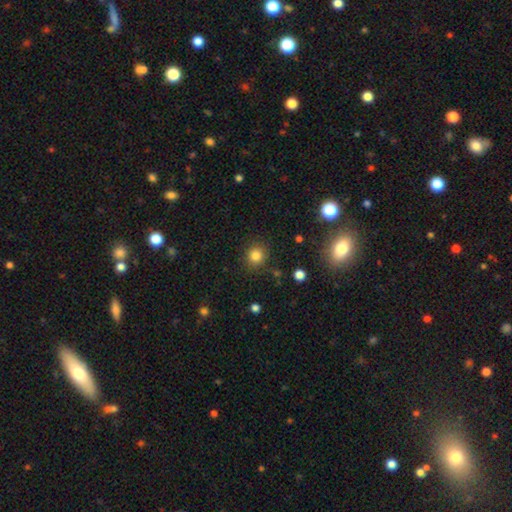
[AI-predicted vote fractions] This is clearly a smooth galaxy (82%). How rounded: clearly round (89%). Merging: clearly none (87%).